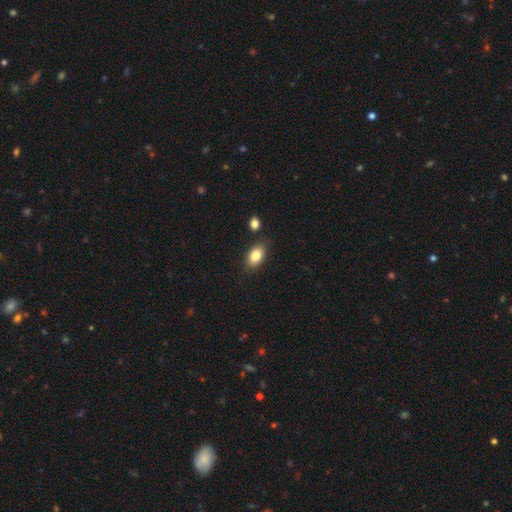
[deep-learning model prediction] Q: Smooth or featured?
A: smooth (83%); runner-up: featured or disk (9%)
Q: How rounded?
A: in between (89%); runner-up: round (8%)
Q: Merging?
A: none (80%); runner-up: minor disturbance (12%)